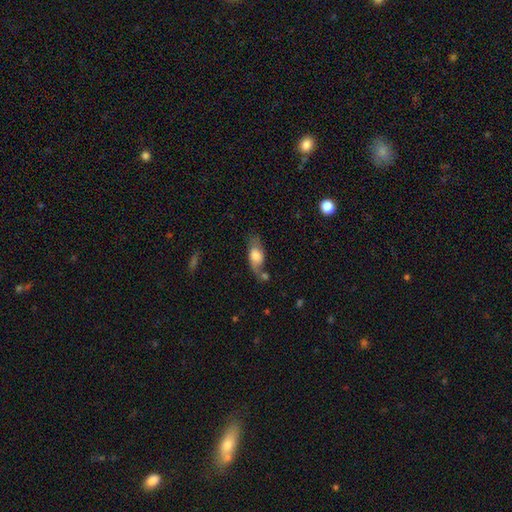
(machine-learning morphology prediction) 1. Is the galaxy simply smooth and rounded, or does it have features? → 61% smooth, 32% featured or disk, 7% star or artifact.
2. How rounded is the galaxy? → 80% in between, 13% cigar-shaped, 7% round.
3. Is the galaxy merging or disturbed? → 48% none, 24% minor disturbance, 16% merger, 12% major disturbance.